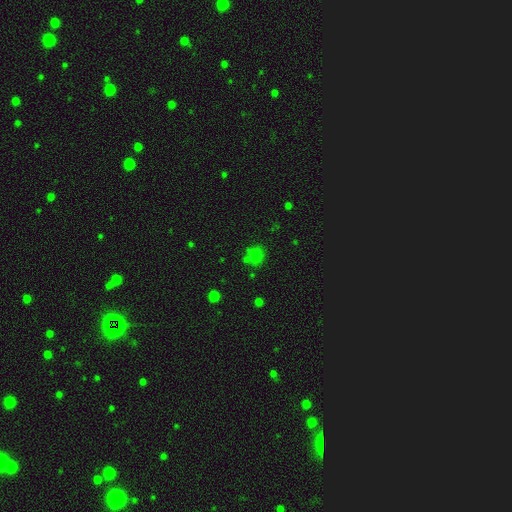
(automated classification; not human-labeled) Morphology: type=smooth (72%); roundness=round (84%); merging=none (70%).